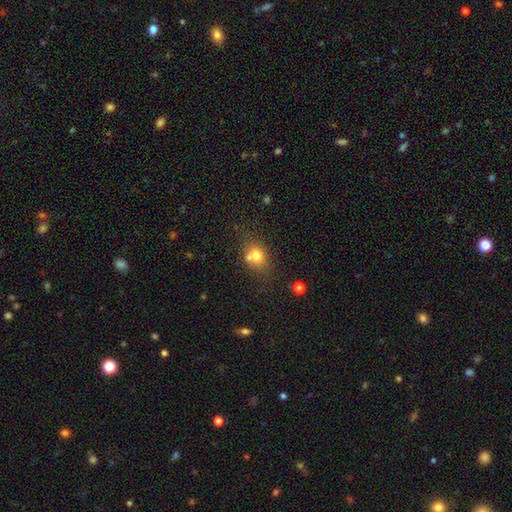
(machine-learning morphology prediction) A smooth galaxy with no disk features (73%) that is round (50%).

Vote fractions:
- Smooth or featured? smooth: 73% / featured or disk: 15% / star or artifact: 12%
- How rounded? round: 50% / in between: 49% / cigar-shaped: 1%
- Merging? none: 51% / merger: 29% / minor disturbance: 15% / major disturbance: 5%